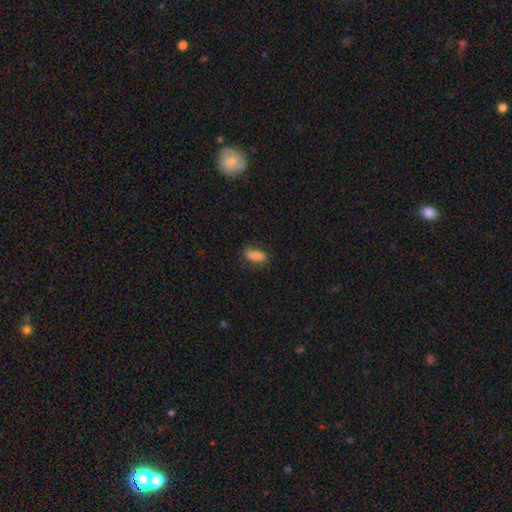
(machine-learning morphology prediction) Smooth or featured?
  - smooth: 77% *
  - featured or disk: 15%
  - star or artifact: 8%
How rounded?
  - in between: 79% *
  - cigar-shaped: 18%
  - round: 4%
Merging?
  - none: 73% *
  - minor disturbance: 20%
  - major disturbance: 5%
  - merger: 1%